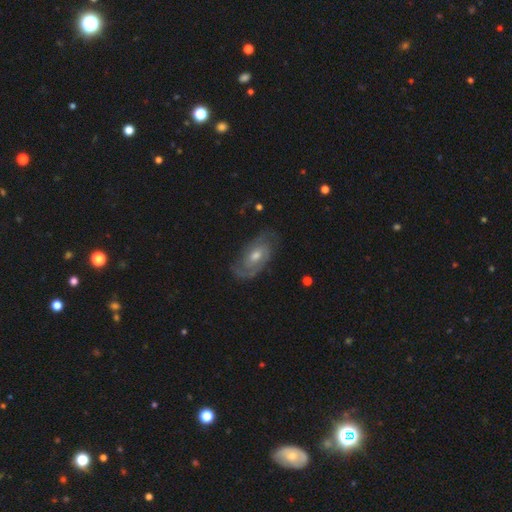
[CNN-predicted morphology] Smooth or featured? Predicted: featured or disk (p=0.83). Edge-on disk? Predicted: no (p=0.95). Bar? Predicted: no (p=0.60). Spiral arms? Predicted: yes (p=0.94). Spiral winding? Predicted: tight (p=0.55). Spiral arm count? Predicted: 2 (p=0.72). Bulge size? Predicted: moderate (p=0.68). Merging? Predicted: none (p=0.77).